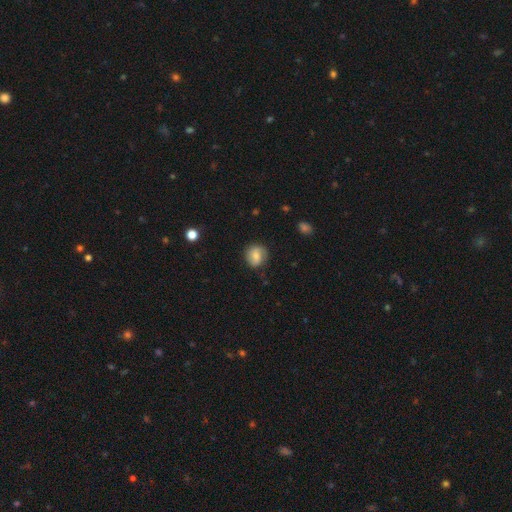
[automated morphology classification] Smooth or featured? Predicted: smooth (p=0.64). How rounded? Predicted: round (p=0.77). Merging? Predicted: none (p=0.76).